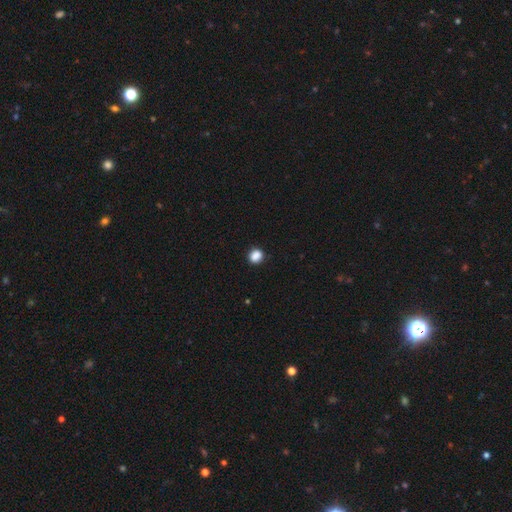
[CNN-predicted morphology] Overall: smooth (87%). How rounded: round (70%). Merging: none (86%).